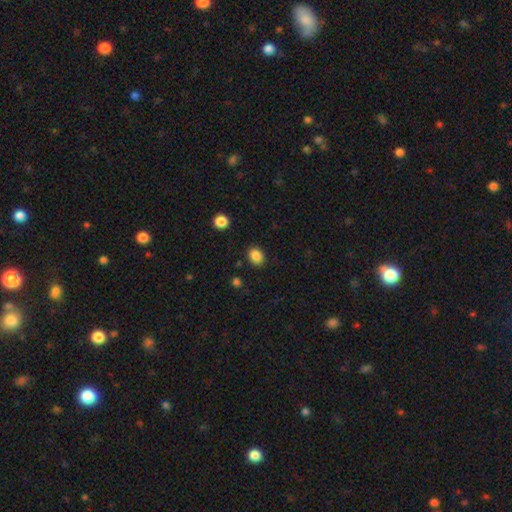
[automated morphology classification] smooth 86%, star or artifact 10%, featured or disk 4%. Down the decision tree: how rounded — round (52%); merging — none (86%).